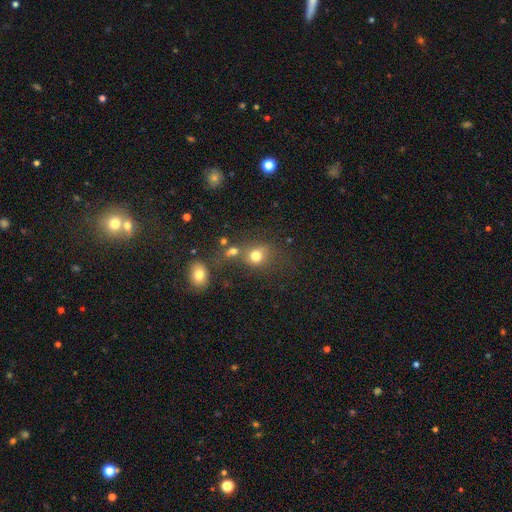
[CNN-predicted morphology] Smooth or featured? Predicted: smooth (p=0.76). How rounded? Predicted: round (p=0.74). Merging? Predicted: none (p=0.54).